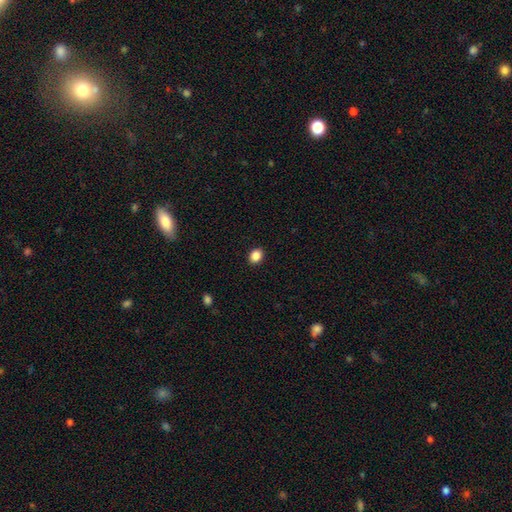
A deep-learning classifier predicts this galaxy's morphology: Smooth or featured: smooth — 87% (star or artifact — 9%)
How rounded: in between — 56% (round — 43%)
Merging: none — 91% (minor disturbance — 6%)